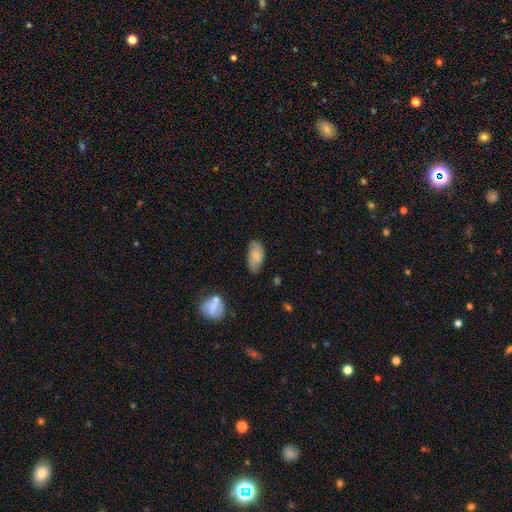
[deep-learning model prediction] Overall: smooth (70%). How rounded: in between (92%). Merging: none (67%).